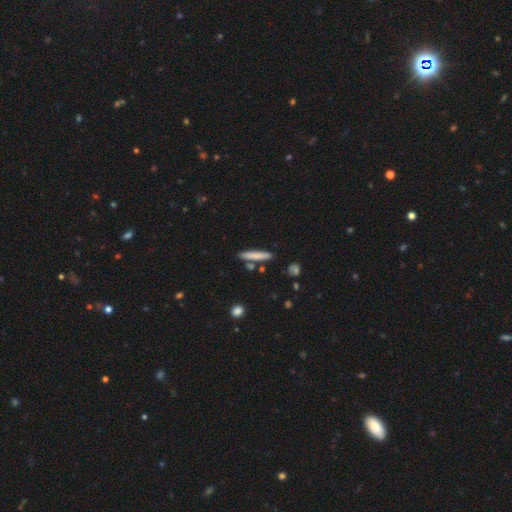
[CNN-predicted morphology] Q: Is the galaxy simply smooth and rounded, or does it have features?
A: smooth — 76%.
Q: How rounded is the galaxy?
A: cigar-shaped — 92%.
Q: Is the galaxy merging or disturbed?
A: none — 82%.